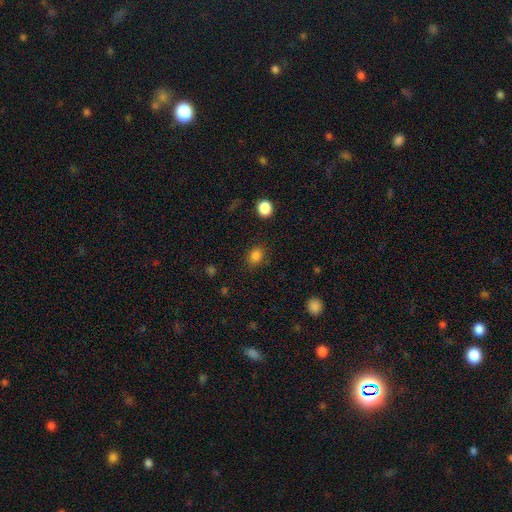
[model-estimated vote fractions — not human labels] Smooth or featured? smooth (83%)
How rounded? round (54%)
Merging? none (83%)